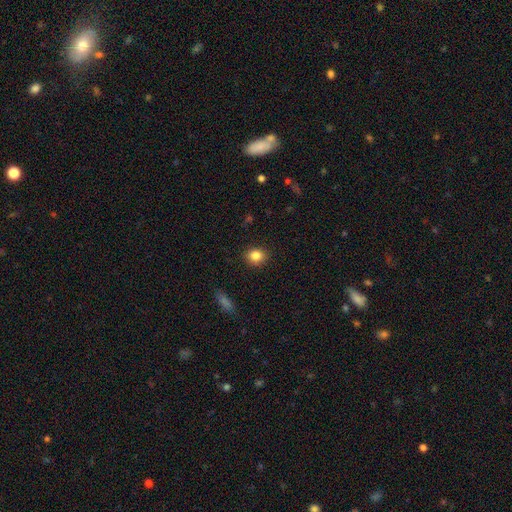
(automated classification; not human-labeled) smooth 84%, star or artifact 10%, featured or disk 6%. Down the decision tree: how rounded — round (72%); merging — none (89%).